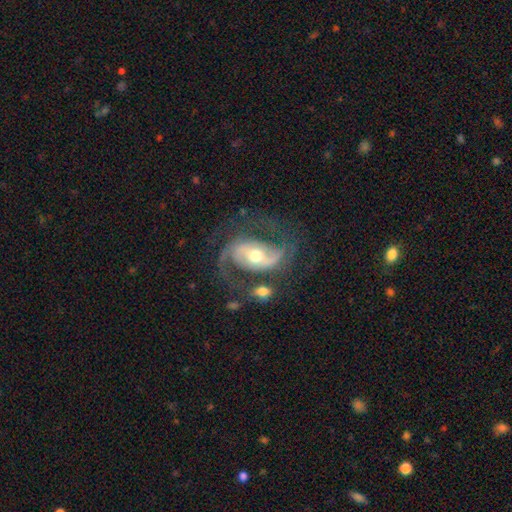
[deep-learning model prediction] This appears to be a featured or disk galaxy (88%) with a weak bar (38%), 2 (86%) medium (50%) spiral arms (95%) and a moderate central bulge (72%). Merging: none (60%).